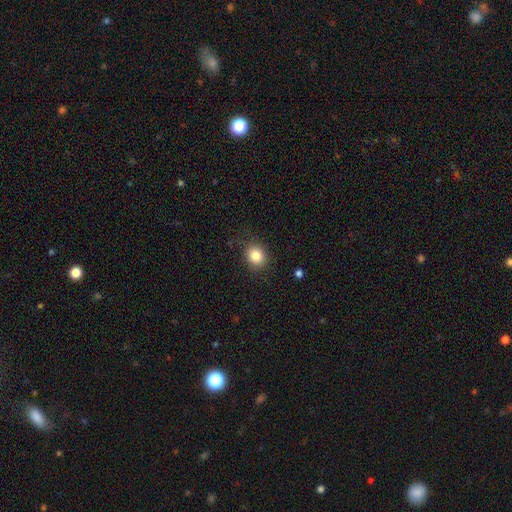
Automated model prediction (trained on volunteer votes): smooth_or_featured: smooth (p=0.83) [alt: star or artifact p=0.11]
how_rounded: round (p=0.69) [alt: in between p=0.30]
merging: none (p=0.85) [alt: minor disturbance p=0.11]